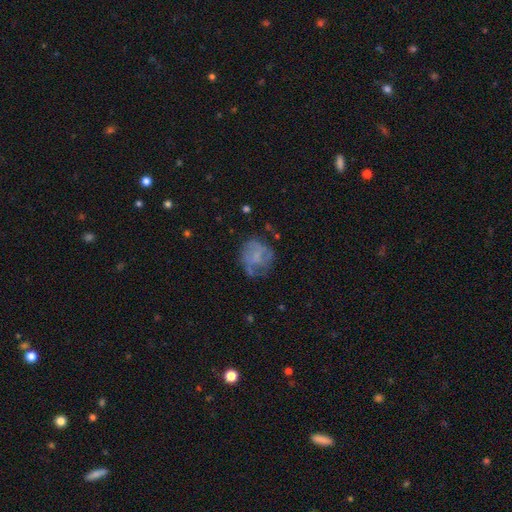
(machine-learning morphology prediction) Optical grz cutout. It shows a featured or disk galaxy (46%). Merging: none (54%).